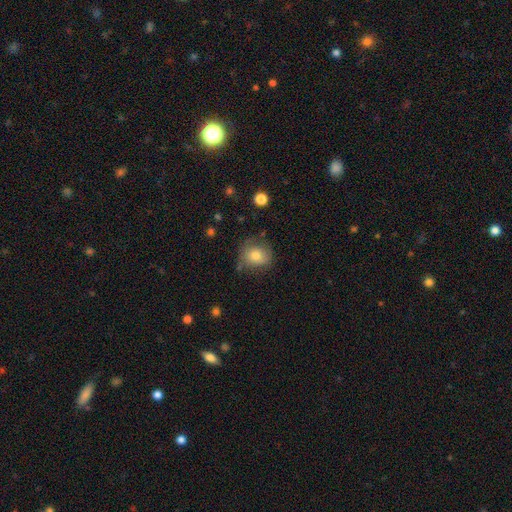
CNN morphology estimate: Q: Smooth or featured?
A: smooth (74%); runner-up: featured or disk (17%)
Q: How rounded?
A: round (74%); runner-up: in between (25%)
Q: Merging?
A: none (60%); runner-up: minor disturbance (27%)